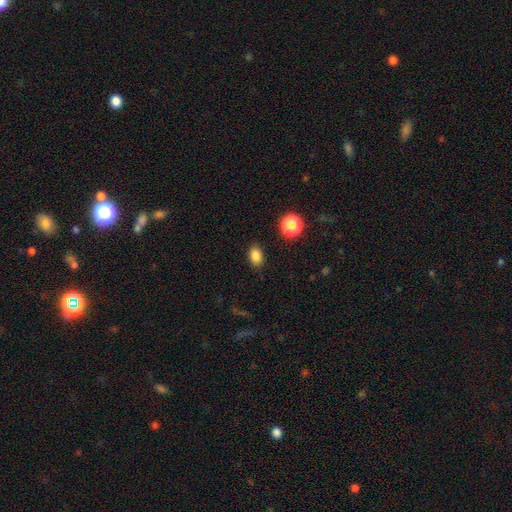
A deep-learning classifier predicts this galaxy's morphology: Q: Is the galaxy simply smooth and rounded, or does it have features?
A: smooth — 84%.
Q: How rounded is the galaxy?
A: in between — 79%.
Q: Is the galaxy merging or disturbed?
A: none — 87%.